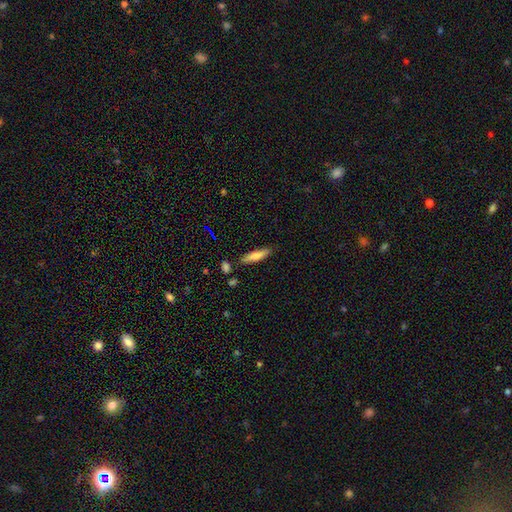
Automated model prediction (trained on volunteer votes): This is likely a smooth galaxy (78%). How rounded: likely cigar-shaped (77%). Merging: clearly none (83%).